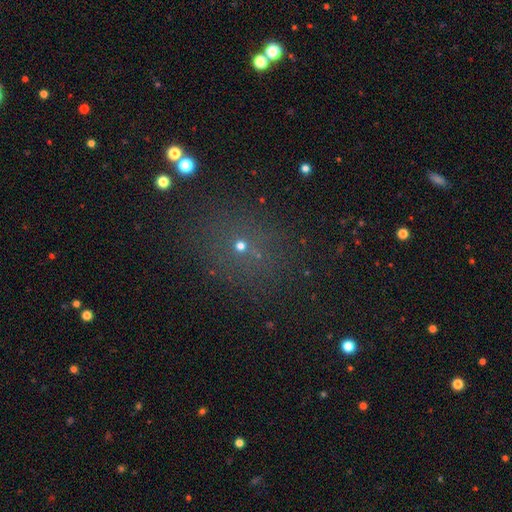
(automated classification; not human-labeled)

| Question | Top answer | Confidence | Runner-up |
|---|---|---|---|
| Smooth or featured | star or artifact | 48% | smooth (42%) |